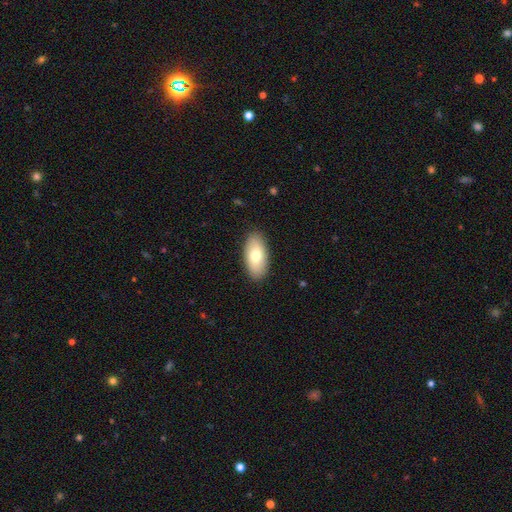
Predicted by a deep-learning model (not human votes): smooth-or-featured: smooth: 73% | featured or disk: 21% | star or artifact: 6%
  how-rounded: in between: 92% | cigar-shaped: 5% | round: 3%
  merging: none: 89% | minor disturbance: 9% | major disturbance: 2% | merger: 1%